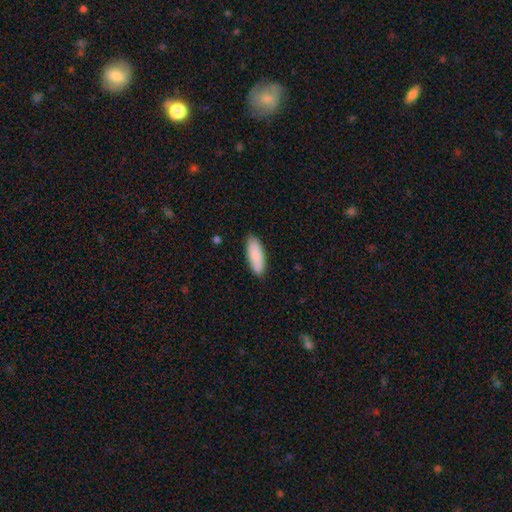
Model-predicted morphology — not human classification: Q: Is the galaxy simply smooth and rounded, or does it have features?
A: smooth — 87%.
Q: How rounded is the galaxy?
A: in between — 61%.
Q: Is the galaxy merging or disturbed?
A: none — 87%.